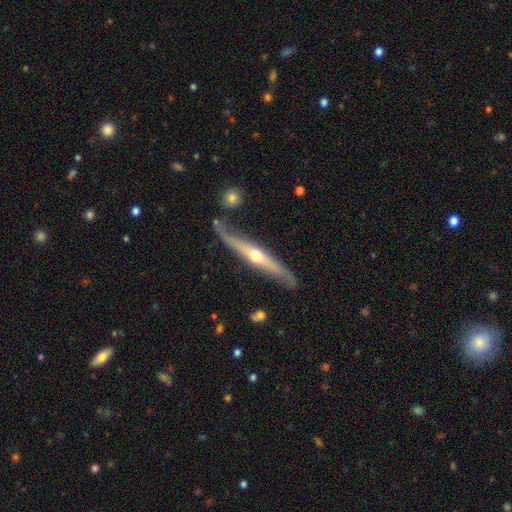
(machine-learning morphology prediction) Smooth or featured: featured or disk — 73% (smooth — 22%)
Edge-on disk: yes — 92% (no — 8%)
Edge-on bulge: rounded — 88% (none — 9%)
Merging: none — 72% (minor disturbance — 18%)